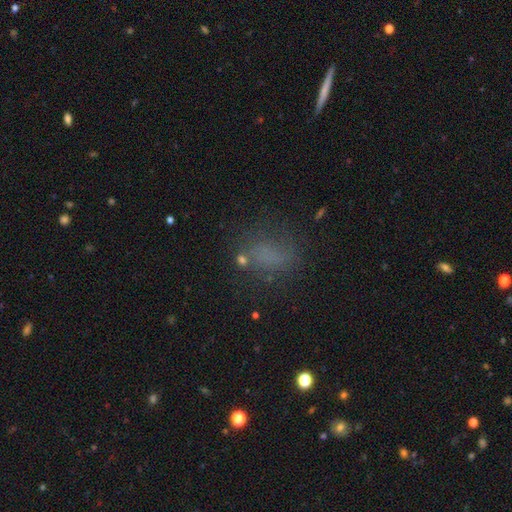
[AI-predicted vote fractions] Smooth or featured?
  - smooth: 65% *
  - star or artifact: 21%
  - featured or disk: 14%
How rounded?
  - in between: 71% *
  - round: 23%
  - cigar-shaped: 6%
Merging?
  - none: 63% *
  - minor disturbance: 18%
  - major disturbance: 14%
  - merger: 5%